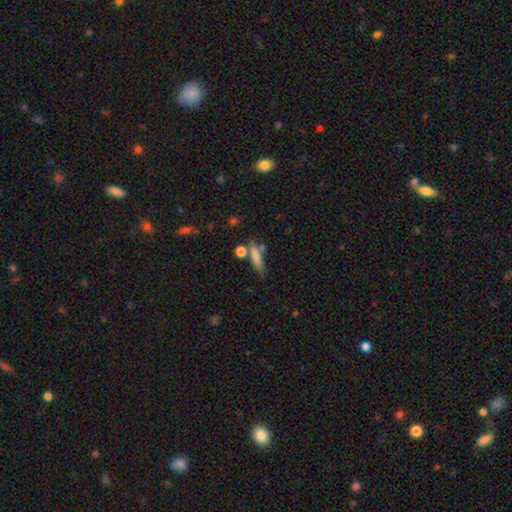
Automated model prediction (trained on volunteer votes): Overall: smooth (73%). How rounded: cigar-shaped (70%). Merging: none (60%).